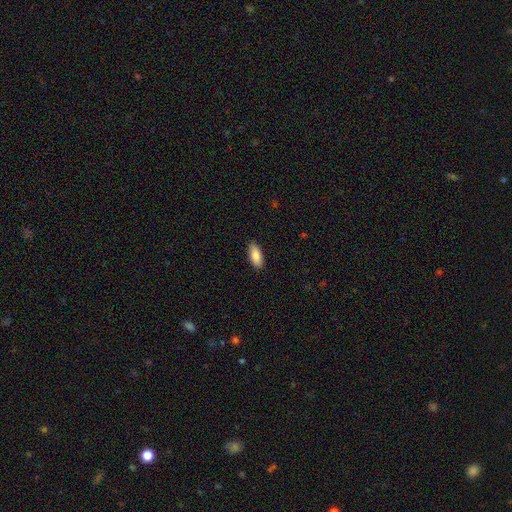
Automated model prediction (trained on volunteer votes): The model was most divided on "how rounded": in between: 83%, cigar-shaped: 15%, round: 2%. More confident: merging — none (89%); smooth or featured — smooth (88%).